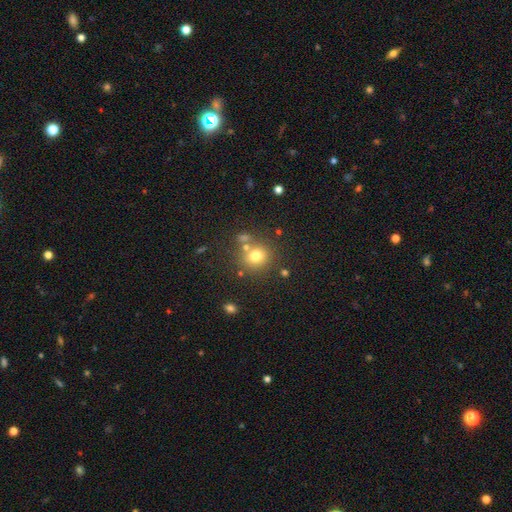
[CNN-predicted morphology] This appears to be a smooth galaxy with no disk features (74%) that is round (88%). Merging: none (72%).